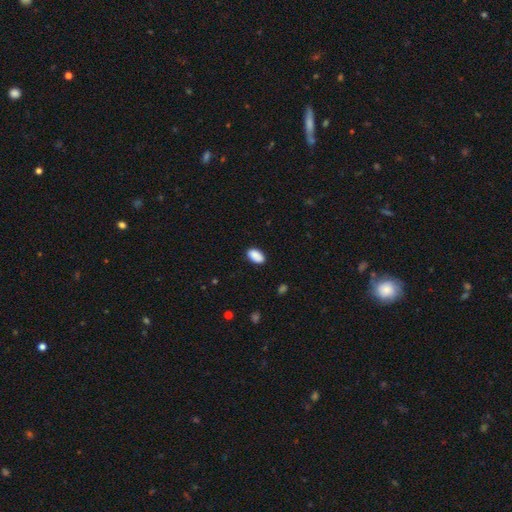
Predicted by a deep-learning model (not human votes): Overall: smooth (89%). How rounded: in between (93%). Merging: none (85%).